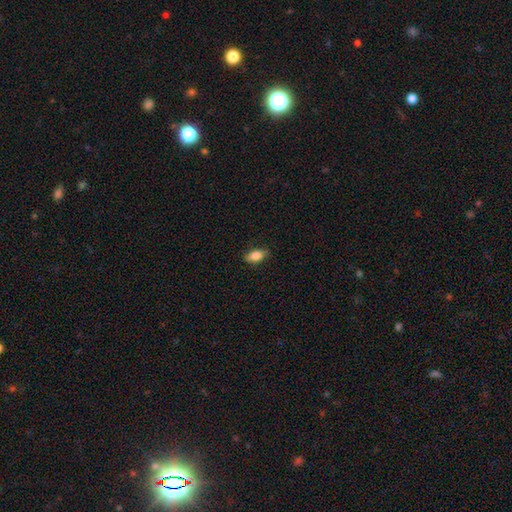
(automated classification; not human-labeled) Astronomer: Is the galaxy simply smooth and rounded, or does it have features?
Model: smooth — 82%.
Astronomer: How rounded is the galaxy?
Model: in between — 86%.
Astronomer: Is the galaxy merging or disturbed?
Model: none — 81%.